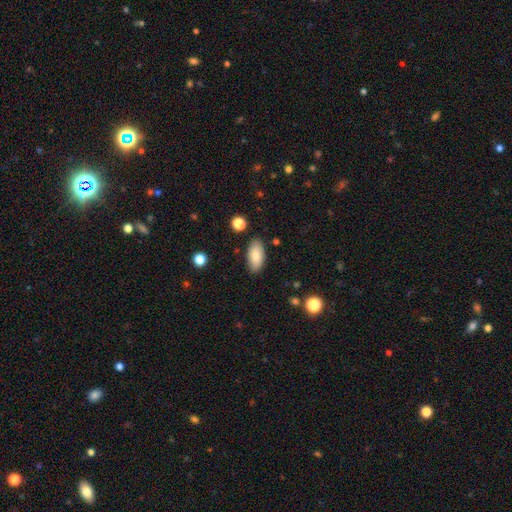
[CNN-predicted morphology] Overall: smooth (80%). How rounded: in between (91%). Merging: none (85%).